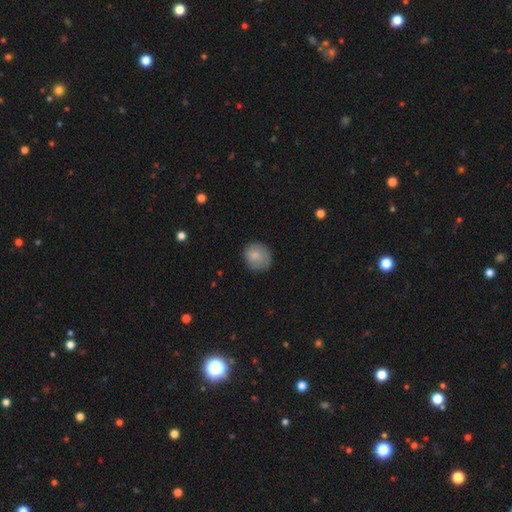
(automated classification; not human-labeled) Smooth or featured: smooth — 83% (featured or disk — 9%)
How rounded: round — 77% (in between — 22%)
Merging: none — 75% (minor disturbance — 19%)